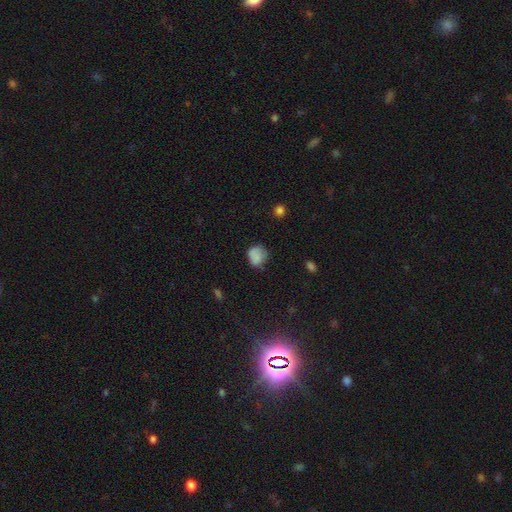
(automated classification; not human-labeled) This is likely a smooth galaxy (79%). How rounded: likely round (65%). Merging: possibly none (49%).